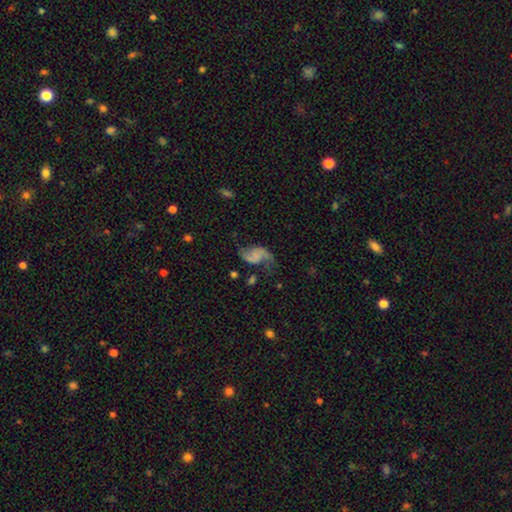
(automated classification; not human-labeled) Q: Smooth or featured?
A: featured or disk (80%); runner-up: smooth (12%)
Q: Edge-on disk?
A: no (98%); runner-up: yes (2%)
Q: Bar?
A: no (58%); runner-up: weak (32%)
Q: Spiral arms?
A: yes (94%); runner-up: no (6%)
Q: Spiral winding?
A: loose (76%); runner-up: medium (20%)
Q: Spiral arm count?
A: 2 (91%); runner-up: 1 (4%)
Q: Bulge size?
A: none (69%); runner-up: small (17%)
Q: Merging?
A: none (60%); runner-up: minor disturbance (20%)